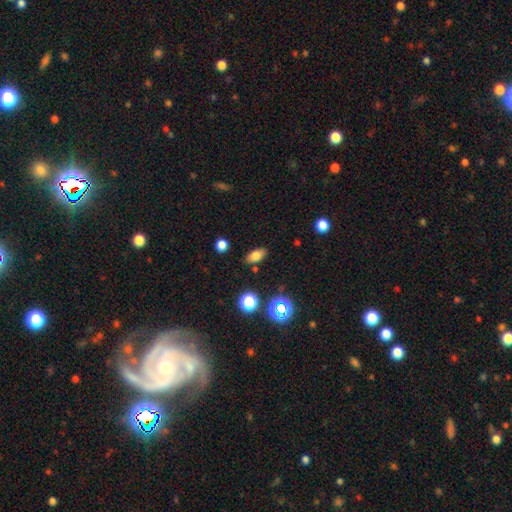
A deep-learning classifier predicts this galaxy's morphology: A smooth galaxy with no disk features (75%) that is in between round and cigar-shaped (84%). Merging: none (85%).